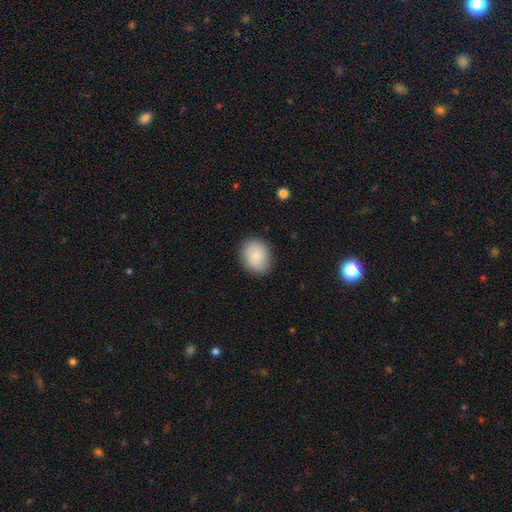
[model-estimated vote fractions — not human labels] Smooth or featured?
  - smooth: 84% *
  - featured or disk: 9%
  - star or artifact: 7%
How rounded?
  - round: 62% *
  - in between: 37%
  - cigar-shaped: 1%
Merging?
  - none: 87% *
  - minor disturbance: 10%
  - major disturbance: 3%
  - merger: 1%